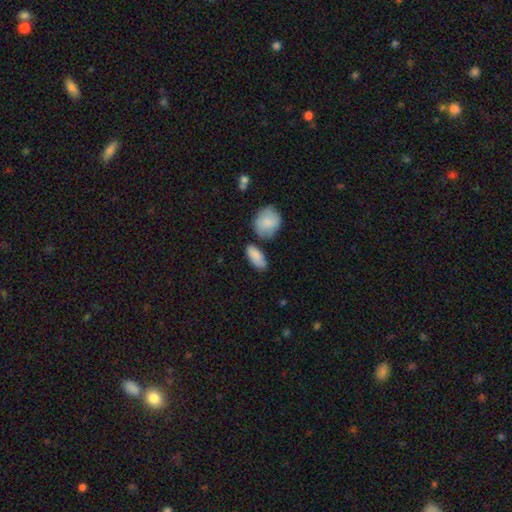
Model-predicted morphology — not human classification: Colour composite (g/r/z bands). It shows a smooth galaxy with no disk features (87%) that is in between round and cigar-shaped (86%). Merging: none (70%).